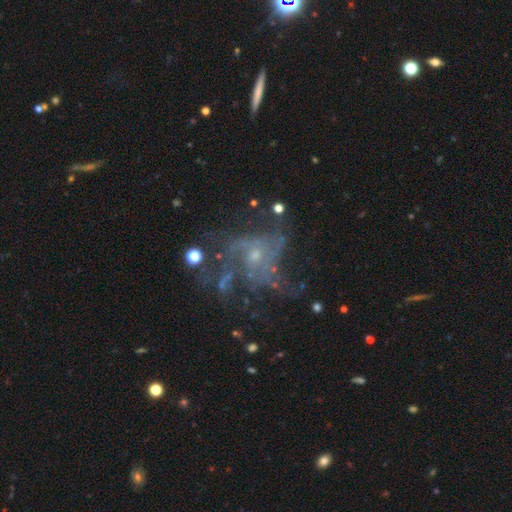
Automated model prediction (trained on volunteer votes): Smooth or featured: featured or disk — 75% (star or artifact — 16%)
Edge-on disk: no — 98% (yes — 2%)
Bar: no — 77% (weak — 20%)
Spiral arms: yes — 81% (no — 19%)
Spiral winding: loose — 44% (medium — 39%)
Spiral arm count: can't tell — 28% (3 — 22%)
Bulge size: small — 67% (moderate — 22%)
Merging: none — 49% (major disturbance — 29%)